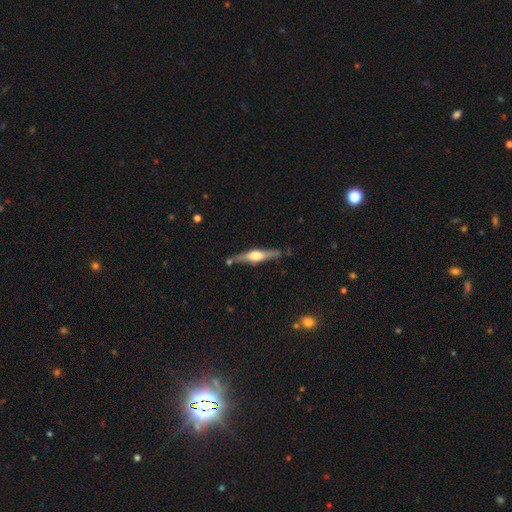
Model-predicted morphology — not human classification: A featured or disk galaxy (70%) viewed edge-on (96%) with a rounded central bulge (91%).

Vote fractions:
- Smooth or featured? featured or disk: 70% / smooth: 25% / star or artifact: 5%
- Edge-on disk? yes: 96% / no: 4%
- Edge-on bulge? rounded: 91% / boxy: 7% / none: 2%
- Merging? none: 79% / minor disturbance: 13% / merger: 5% / major disturbance: 3%